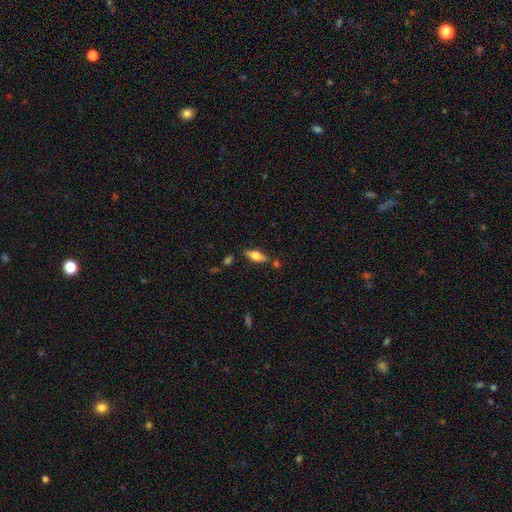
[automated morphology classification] Smooth or featured?
  - smooth: 58% *
  - featured or disk: 35%
  - star or artifact: 7%
How rounded?
  - in between: 68% *
  - cigar-shaped: 30%
  - round: 3%
Merging?
  - none: 76% *
  - minor disturbance: 14%
  - merger: 7%
  - major disturbance: 3%